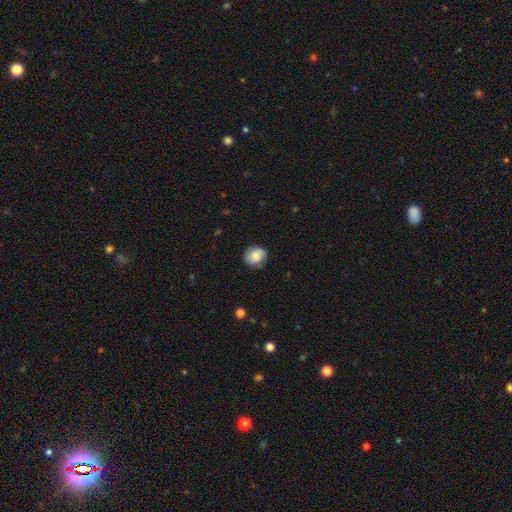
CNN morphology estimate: smooth 76%, featured or disk 15%, star or artifact 8%. Down the decision tree: how rounded — round (79%); merging — none (77%).